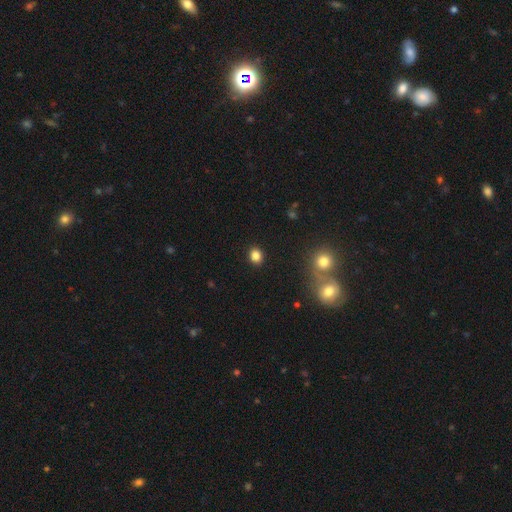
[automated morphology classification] Smooth or featured?
  - smooth: 84% *
  - star or artifact: 12%
  - featured or disk: 5%
How rounded?
  - round: 63% *
  - in between: 36%
  - cigar-shaped: 1%
Merging?
  - none: 91% *
  - minor disturbance: 6%
  - major disturbance: 2%
  - merger: 2%